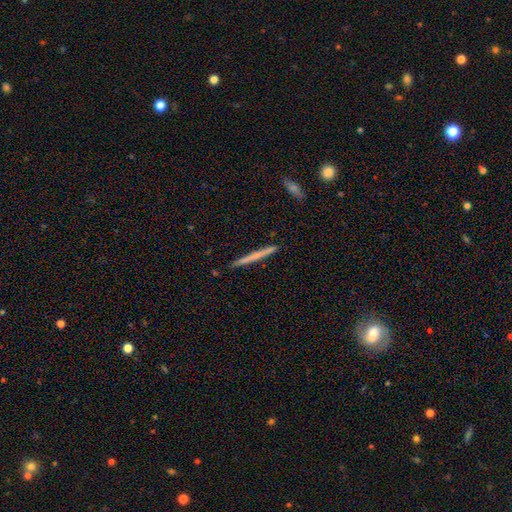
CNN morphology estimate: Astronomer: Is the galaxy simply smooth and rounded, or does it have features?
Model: smooth — 52% (runner-up: featured or disk, 43%).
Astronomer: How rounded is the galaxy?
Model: cigar-shaped — 97%.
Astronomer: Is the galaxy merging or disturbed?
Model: none — 92%.